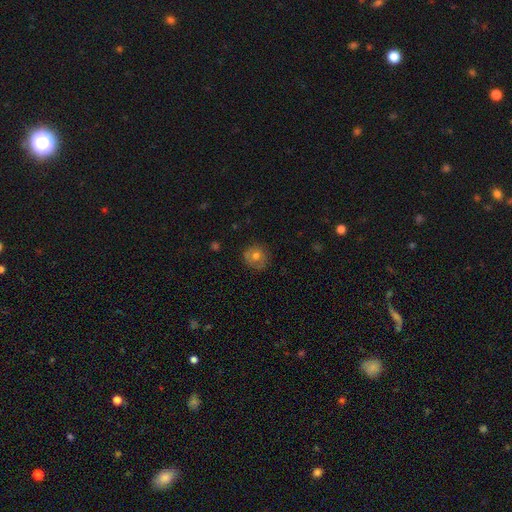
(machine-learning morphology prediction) Smooth or featured?
  - smooth: 69% *
  - featured or disk: 21%
  - star or artifact: 10%
How rounded?
  - round: 88% *
  - in between: 11%
  - cigar-shaped: 1%
Merging?
  - none: 77% *
  - minor disturbance: 17%
  - major disturbance: 4%
  - merger: 1%